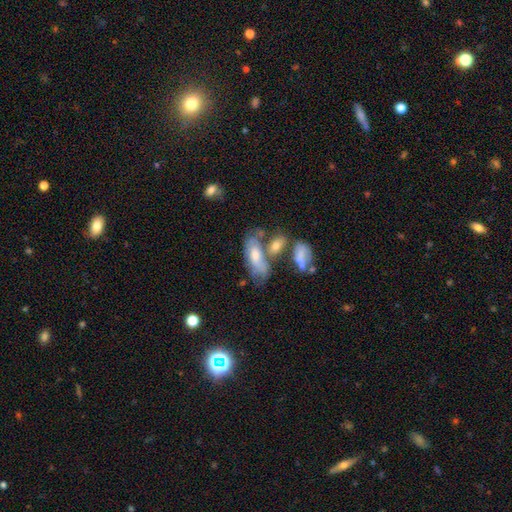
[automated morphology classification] This is possibly a smooth galaxy (55%). How rounded: clearly in between (81%). Merging: marginally merger (34%).